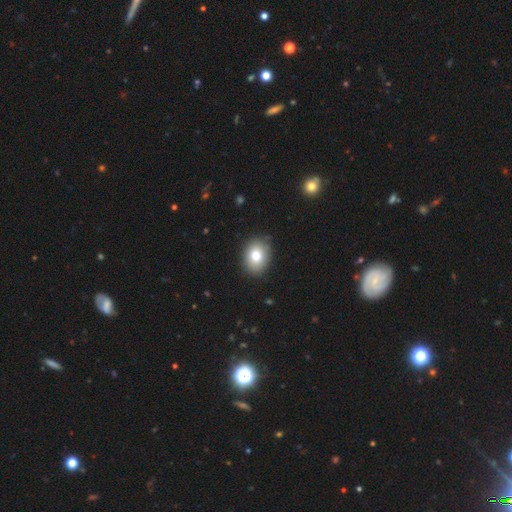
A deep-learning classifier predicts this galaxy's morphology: A smooth galaxy with no disk features (77%) that is in between round and cigar-shaped (56%). Merging: none (88%).